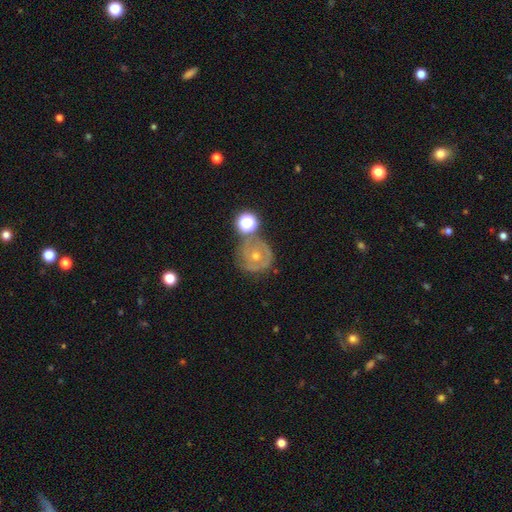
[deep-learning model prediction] smooth_or_featured: featured or disk (p=0.57) [alt: smooth p=0.32]
disk_edge_on: no (p=0.97) [alt: yes p=0.03]
bar: no (p=0.83) [alt: weak p=0.13]
has_spiral_arms: yes (p=0.60) [alt: no p=0.40]
bulge_size: moderate (p=0.52) [alt: small p=0.43]
merging: none (p=0.58) [alt: minor disturbance p=0.20]